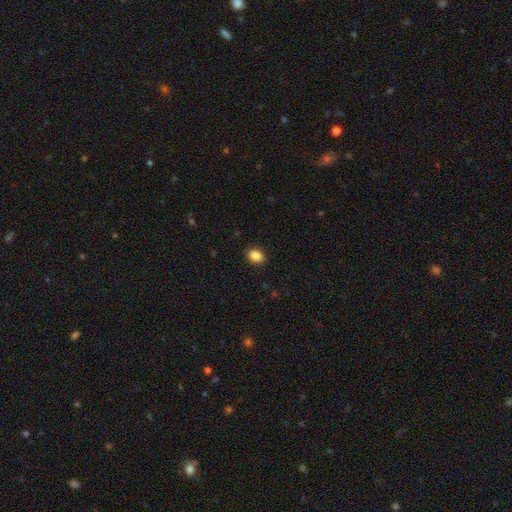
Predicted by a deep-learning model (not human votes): Smooth or featured? Predicted: smooth (p=0.87). How rounded? Predicted: in between (p=0.52). Merging? Predicted: none (p=0.90).